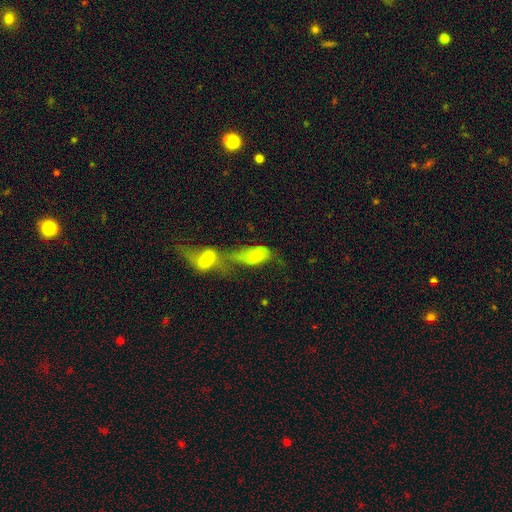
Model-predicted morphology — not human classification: Smooth or featured? smooth (60%)
How rounded? in between (86%)
Merging? merger (71%)